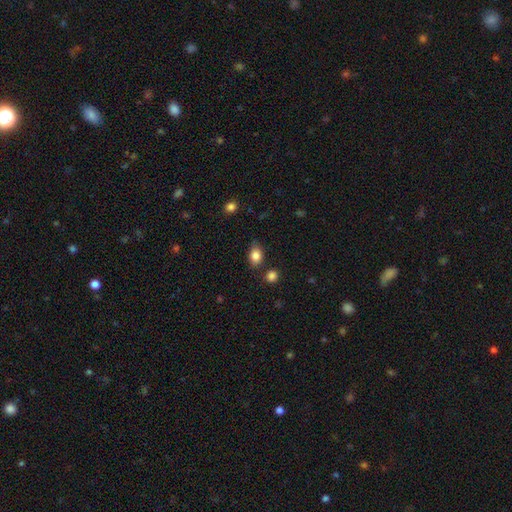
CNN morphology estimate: Smooth or featured: smooth — 84% (star or artifact — 9%)
How rounded: in between — 72% (round — 27%)
Merging: none — 72% (minor disturbance — 19%)